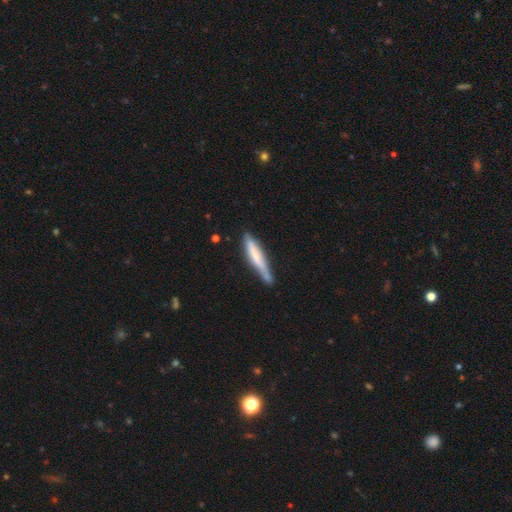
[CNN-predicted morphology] A smooth galaxy with no disk features (58%) that is cigar-shaped (91%). Merging: none (64%).